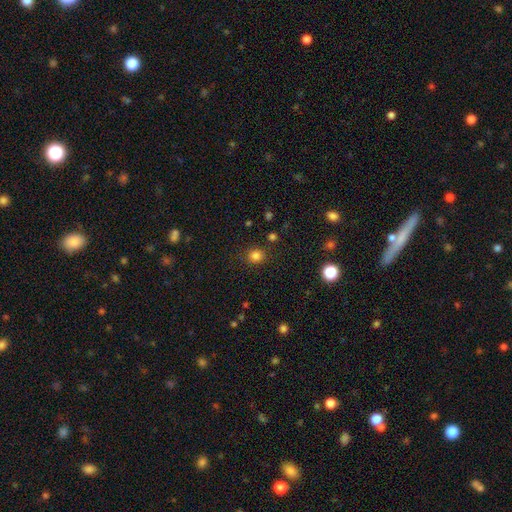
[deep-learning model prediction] Overall: smooth (81%). How rounded: round (84%). Merging: none (86%).